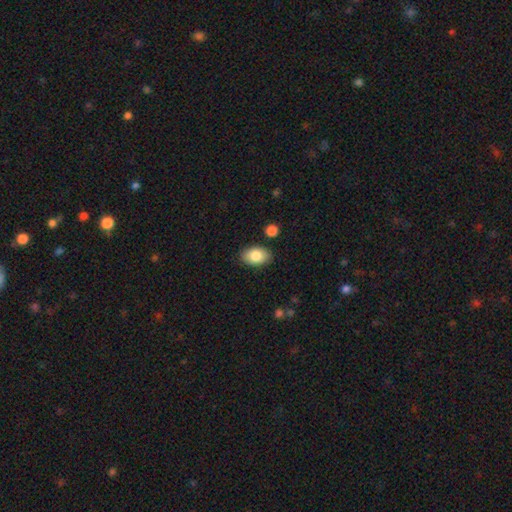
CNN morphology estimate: smooth 84%, featured or disk 9%, star or artifact 7%. Down the decision tree: how rounded — in between (90%); merging — none (87%).